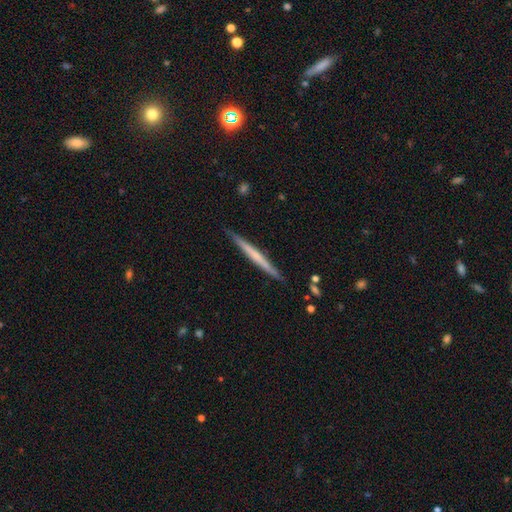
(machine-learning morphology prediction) Smooth or featured? Predicted: featured or disk (p=0.51). Edge-on disk? Predicted: yes (p=0.97). Merging? Predicted: none (p=0.90).